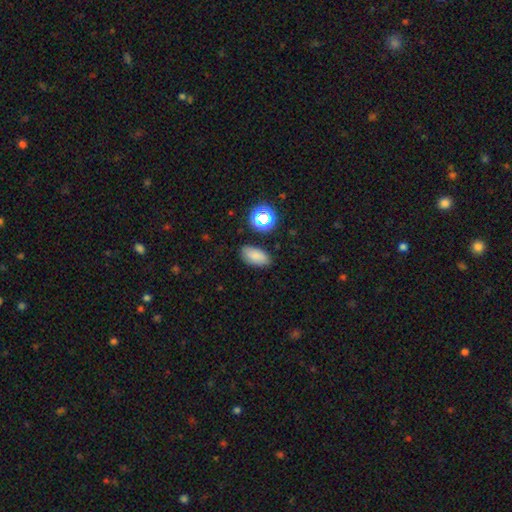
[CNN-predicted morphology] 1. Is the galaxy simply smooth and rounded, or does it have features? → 79% smooth, 13% star or artifact, 8% featured or disk.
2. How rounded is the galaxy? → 90% in between, 6% round, 4% cigar-shaped.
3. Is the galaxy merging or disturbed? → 83% none, 11% minor disturbance, 3% major disturbance, 3% merger.